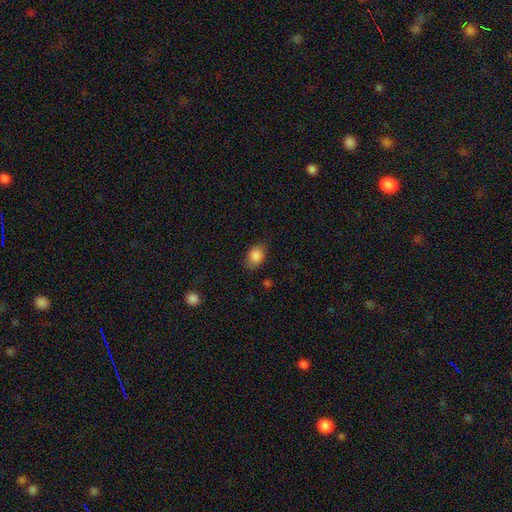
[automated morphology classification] type=smooth (86%); roundness=in between (74%); merging=none (75%).